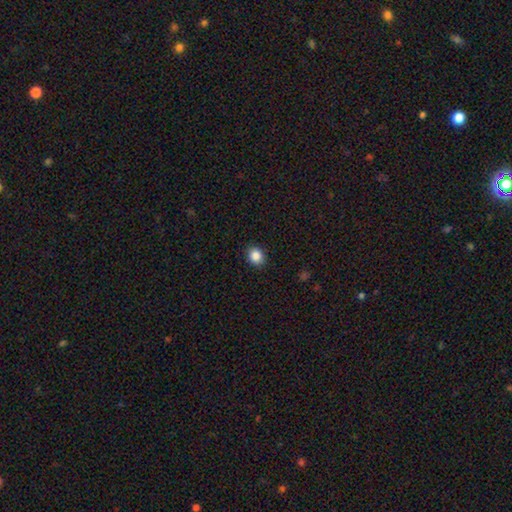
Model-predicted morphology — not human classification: The model was most divided on "how rounded": round: 70%, in between: 29%, cigar-shaped: 1%. More confident: merging — none (91%); smooth or featured — smooth (87%).